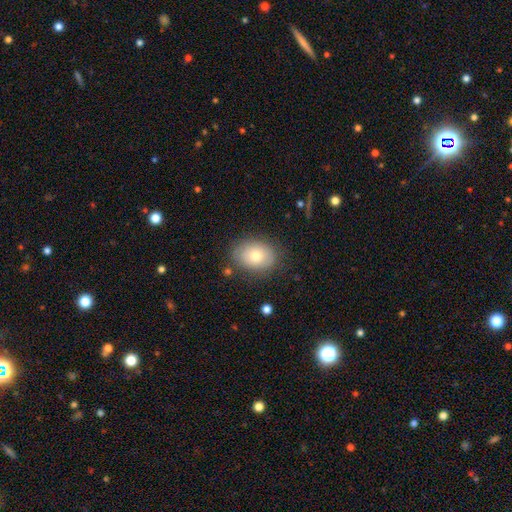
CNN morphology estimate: A smooth galaxy with no disk features (73%) that is in between round and cigar-shaped (64%). Merging: none (79%).